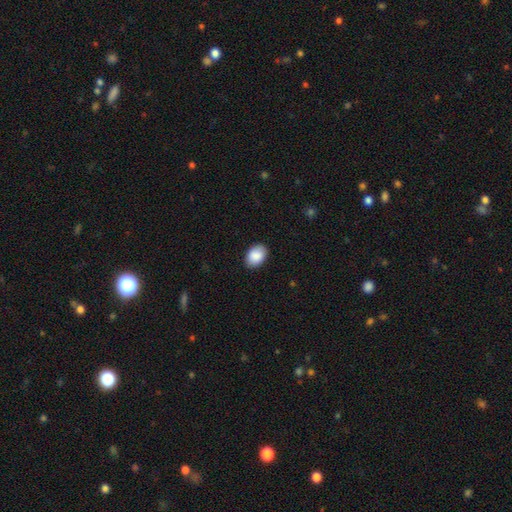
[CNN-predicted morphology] This is clearly a smooth galaxy (90%). How rounded: clearly in between (83%). Merging: clearly none (88%).